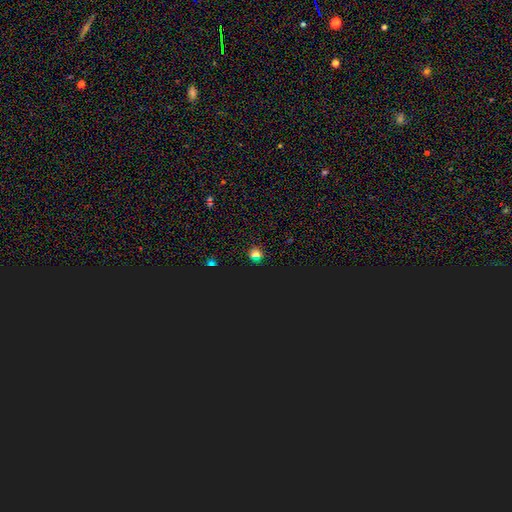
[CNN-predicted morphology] type=smooth (52%); roundness=round (81%); merging=none (87%).